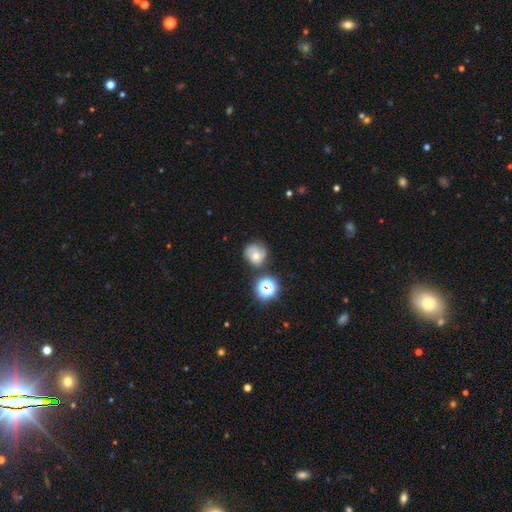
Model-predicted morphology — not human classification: A smooth galaxy with no disk features (42%).

Vote fractions:
- Smooth or featured? smooth: 42% / featured or disk: 40% / star or artifact: 18%
- Merging? none: 66% / minor disturbance: 20% / major disturbance: 7% / merger: 6%